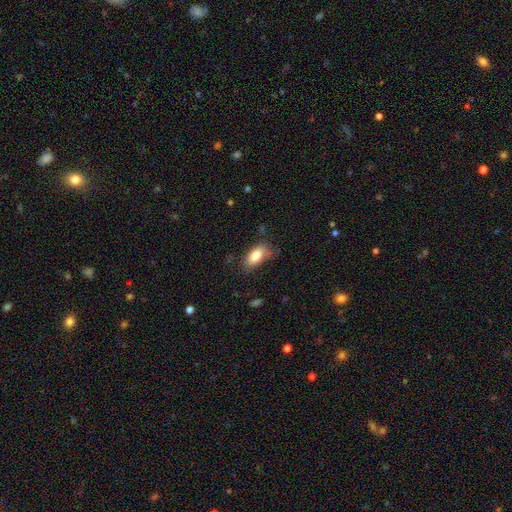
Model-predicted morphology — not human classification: Smooth or featured? Predicted: smooth (p=0.81). How rounded? Predicted: in between (p=0.89). Merging? Predicted: none (p=0.69).